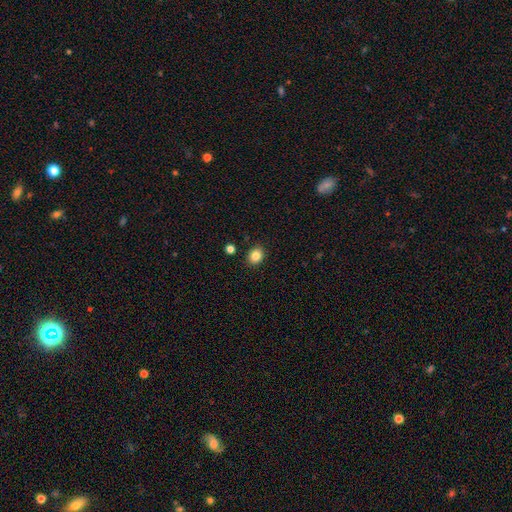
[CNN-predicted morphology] Smooth or featured?
  - smooth: 84% *
  - star or artifact: 10%
  - featured or disk: 6%
How rounded?
  - round: 59% *
  - in between: 40%
  - cigar-shaped: 1%
Merging?
  - none: 89% *
  - minor disturbance: 7%
  - merger: 2%
  - major disturbance: 2%